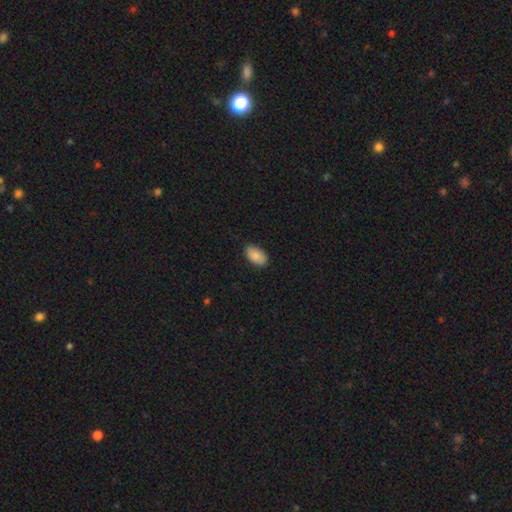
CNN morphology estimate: A smooth galaxy with no disk features (88%) that is in between round and cigar-shaped (94%).

Vote fractions:
- Smooth or featured? smooth: 88% / star or artifact: 6% / featured or disk: 5%
- How rounded? in between: 94% / round: 4% / cigar-shaped: 1%
- Merging? none: 88% / minor disturbance: 9% / major disturbance: 2% / merger: 1%